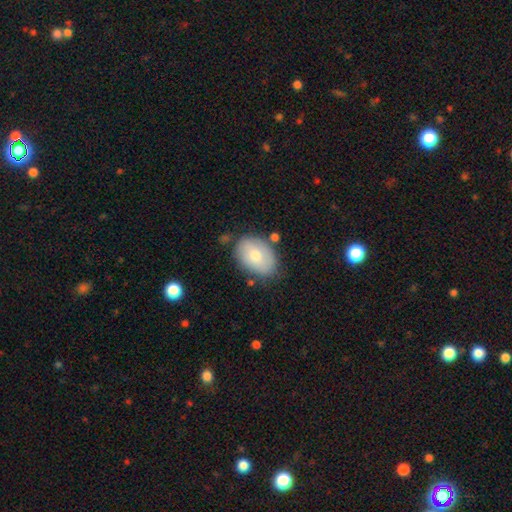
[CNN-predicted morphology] This appears to be a smooth galaxy with no disk features (70%) that is in between round and cigar-shaped (80%). Merging: none (74%).